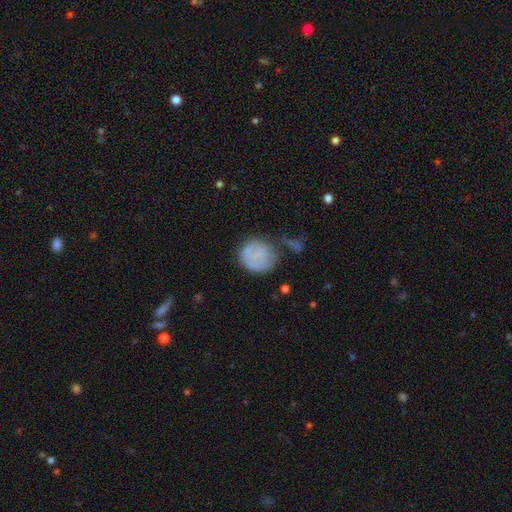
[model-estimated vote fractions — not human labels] This appears to be a smooth galaxy with no disk features (66%) that is round (85%). Merging: none (51%).